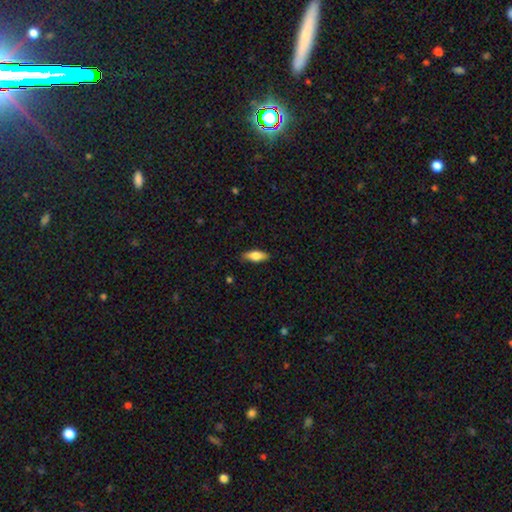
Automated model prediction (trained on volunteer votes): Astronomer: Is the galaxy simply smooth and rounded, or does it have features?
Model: smooth — 73%.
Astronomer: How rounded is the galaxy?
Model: in between — 70%.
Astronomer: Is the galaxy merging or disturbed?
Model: none — 83%.